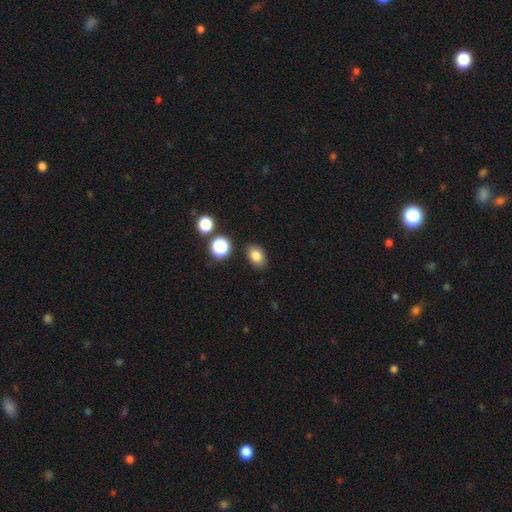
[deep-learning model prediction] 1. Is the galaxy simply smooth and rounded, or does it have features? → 82% smooth, 11% star or artifact, 7% featured or disk.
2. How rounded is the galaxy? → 78% in between, 21% round, 1% cigar-shaped.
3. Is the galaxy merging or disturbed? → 86% none, 9% minor disturbance, 3% merger, 2% major disturbance.